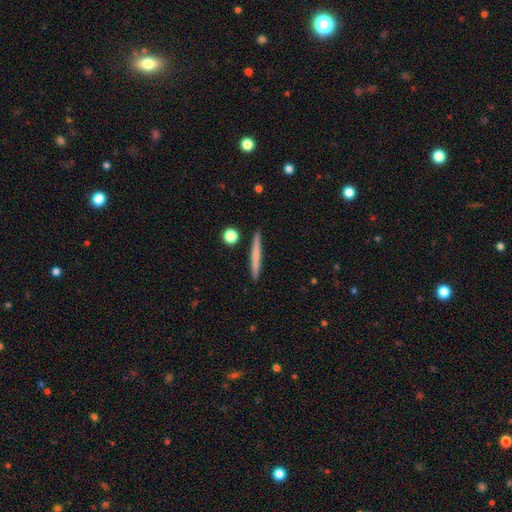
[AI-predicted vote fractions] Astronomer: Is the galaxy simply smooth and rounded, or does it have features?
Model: smooth — 63%.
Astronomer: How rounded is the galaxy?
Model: cigar-shaped — 96%.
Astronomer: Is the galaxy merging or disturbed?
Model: none — 90%.